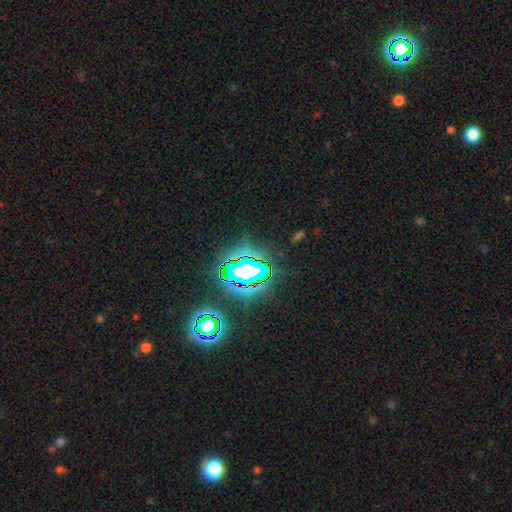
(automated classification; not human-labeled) Morphology: type=star or artifact (82%).